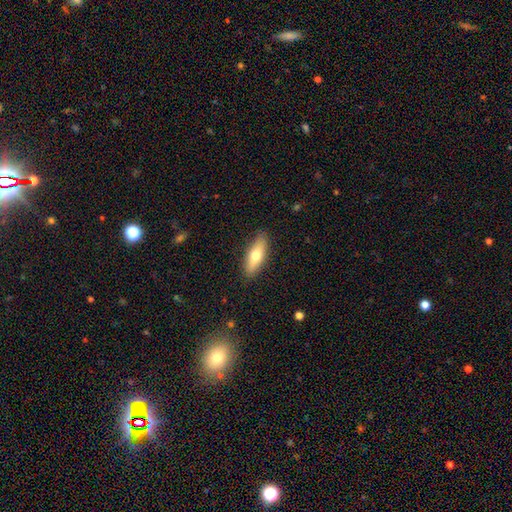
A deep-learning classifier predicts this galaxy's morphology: Smooth or featured?
  - smooth: 65% *
  - featured or disk: 29%
  - star or artifact: 6%
How rounded?
  - in between: 57% *
  - cigar-shaped: 41%
  - round: 3%
Merging?
  - none: 87% *
  - minor disturbance: 10%
  - major disturbance: 2%
  - merger: 1%